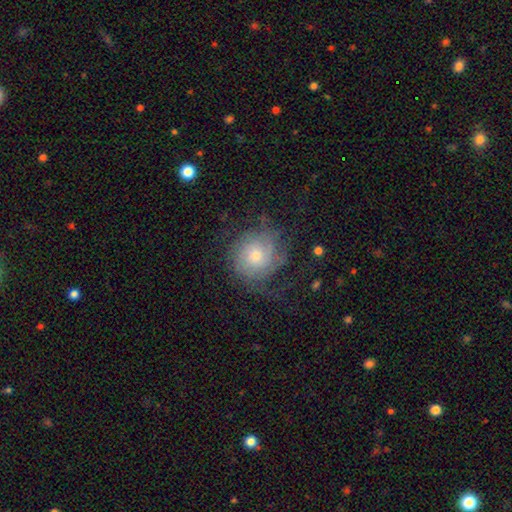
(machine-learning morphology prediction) This is likely a featured or disk galaxy (65%). It is clearly not viewed edge-on (97%). Bar: likely no (79%). Spiral arm pattern: clearly yes (88%). Spiral arm count: marginally can't tell (43%). Spiral winding: possibly tight (56%). Central bulge: possibly small (57%). Merging: likely none (62%).